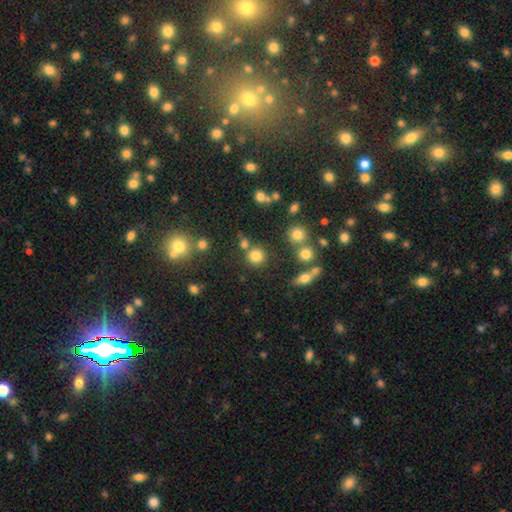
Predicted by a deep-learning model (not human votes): A smooth galaxy with no disk features (78%) that is round (91%).

Vote fractions:
- Smooth or featured? smooth: 78% / star or artifact: 15% / featured or disk: 7%
- How rounded? round: 91% / in between: 8% / cigar-shaped: 1%
- Merging? none: 76% / merger: 12% / minor disturbance: 9% / major disturbance: 4%